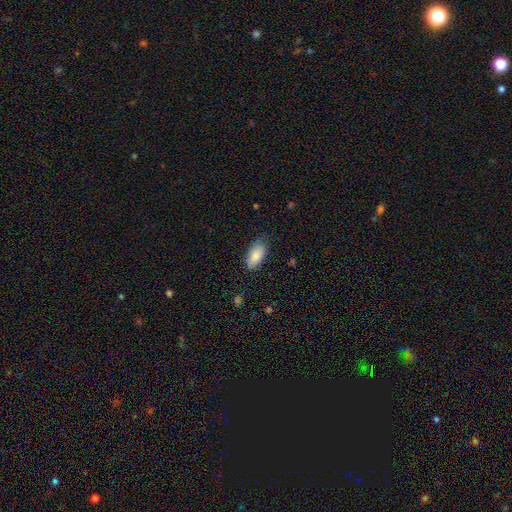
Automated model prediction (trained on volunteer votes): Smooth or featured: smooth — 85% (featured or disk — 9%)
How rounded: in between — 92% (cigar-shaped — 6%)
Merging: none — 75% (minor disturbance — 20%)